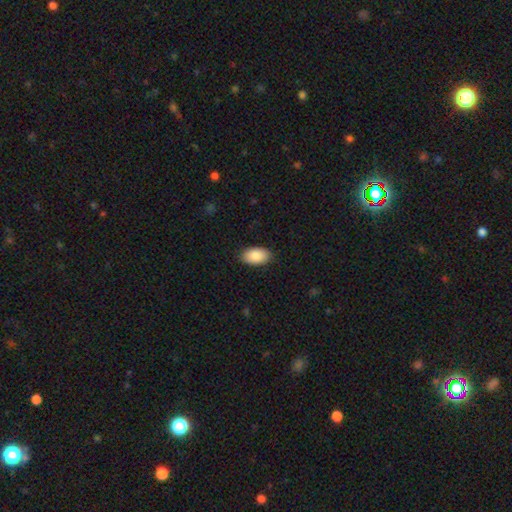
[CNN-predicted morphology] smooth-or-featured: smooth: 87% | star or artifact: 6% | featured or disk: 6%
  how-rounded: in between: 94% | round: 4% | cigar-shaped: 1%
  merging: none: 88% | minor disturbance: 9% | major disturbance: 2% | merger: 1%